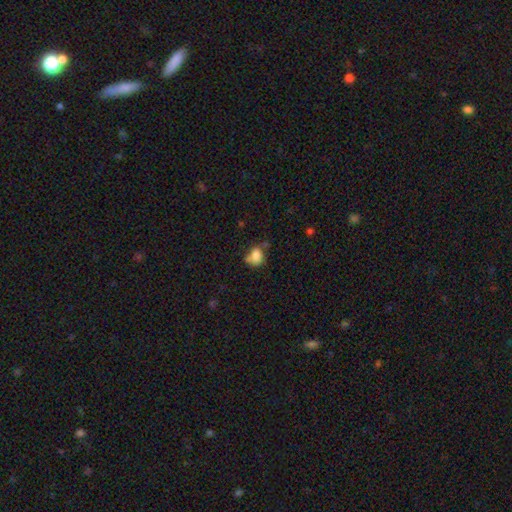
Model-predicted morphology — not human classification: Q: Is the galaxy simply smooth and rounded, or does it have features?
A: smooth — 77%.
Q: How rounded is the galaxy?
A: in between — 52%.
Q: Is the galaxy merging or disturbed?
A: none — 42%.